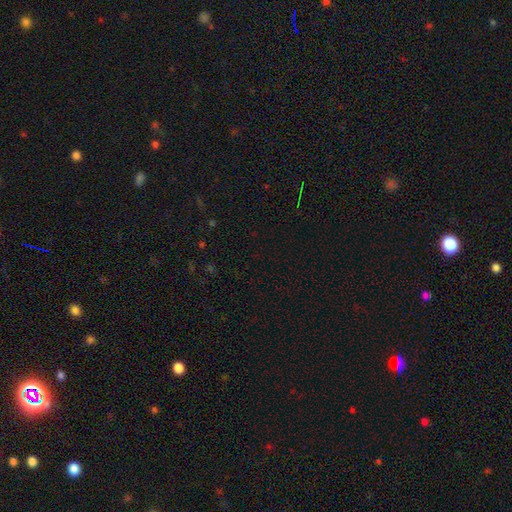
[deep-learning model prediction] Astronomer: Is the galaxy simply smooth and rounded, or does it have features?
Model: star or artifact — 70%.